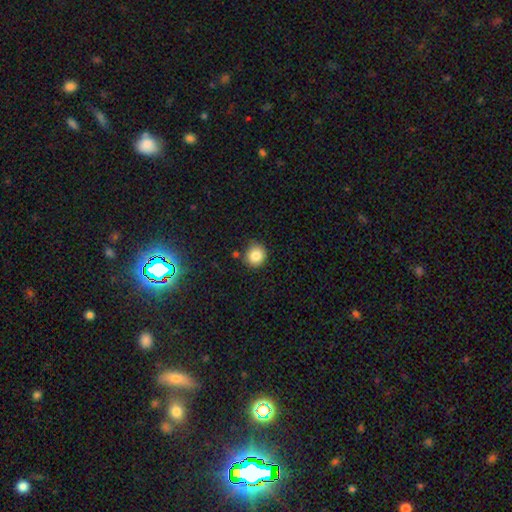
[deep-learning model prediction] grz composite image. It shows a smooth galaxy with no disk features (83%) that is round (90%). Merging: none (81%).